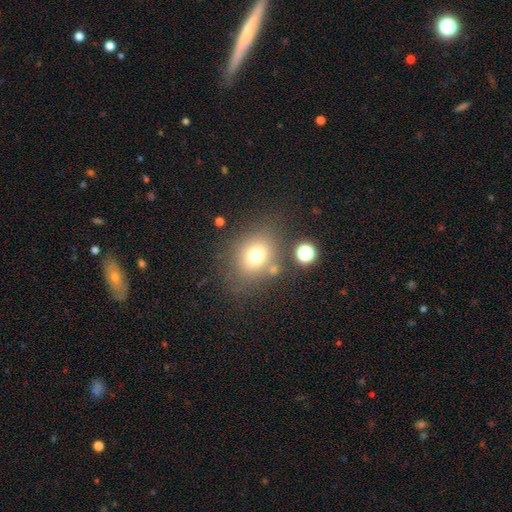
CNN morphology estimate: Smooth or featured: smooth — 72% (star or artifact — 16%)
How rounded: round — 61% (in between — 38%)
Merging: none — 70% (minor disturbance — 14%)